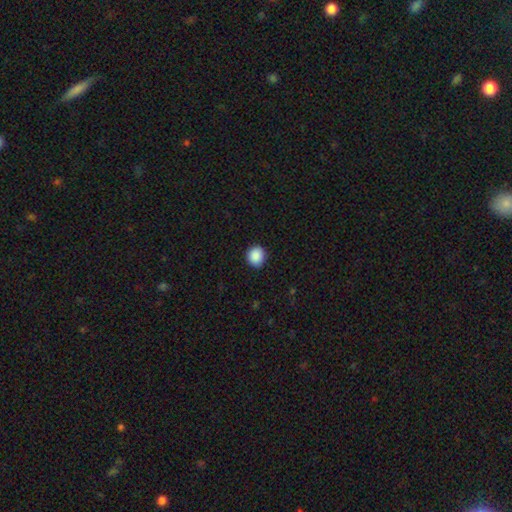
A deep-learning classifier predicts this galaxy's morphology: Q: Smooth or featured?
A: smooth (89%); runner-up: star or artifact (9%)
Q: How rounded?
A: round (85%); runner-up: in between (14%)
Q: Merging?
A: none (87%); runner-up: minor disturbance (10%)